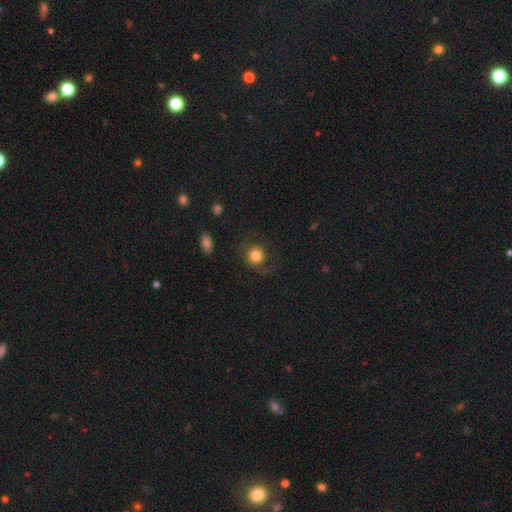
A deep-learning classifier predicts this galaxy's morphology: smooth-or-featured: smooth: 80% | featured or disk: 11% | star or artifact: 9%
  how-rounded: round: 88% | in between: 11% | cigar-shaped: 1%
  merging: none: 73% | minor disturbance: 14% | major disturbance: 11% | merger: 2%